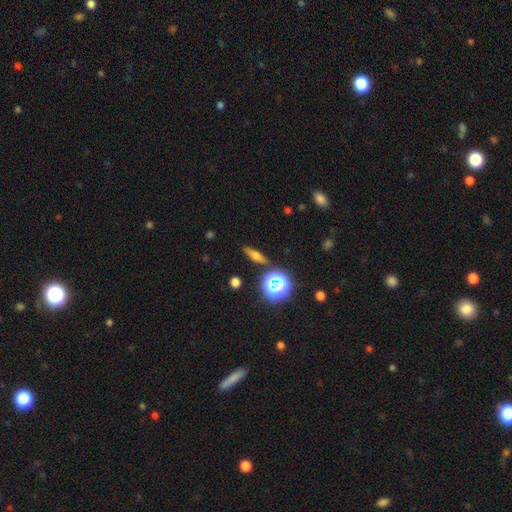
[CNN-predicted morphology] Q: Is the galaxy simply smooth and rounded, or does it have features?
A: smooth — 43%.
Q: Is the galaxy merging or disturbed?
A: none — 87%.